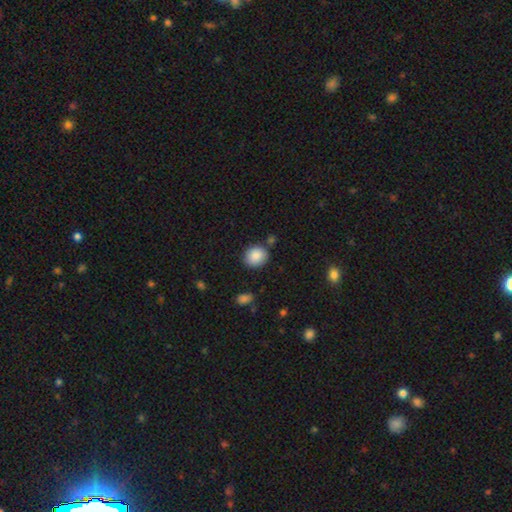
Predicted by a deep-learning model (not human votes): smooth-or-featured: smooth: 87% | star or artifact: 8% | featured or disk: 5%
  how-rounded: round: 73% | in between: 26% | cigar-shaped: 1%
  merging: none: 81% | minor disturbance: 11% | merger: 5% | major disturbance: 3%